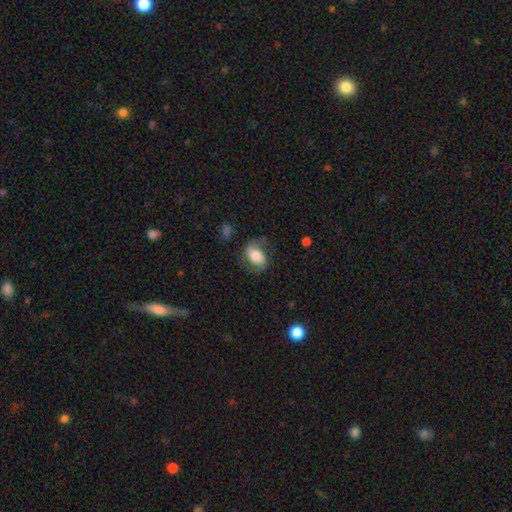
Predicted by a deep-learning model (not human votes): smooth_or_featured: featured or disk (p=0.52) [alt: smooth p=0.41]
disk_edge_on: no (p=0.96) [alt: yes p=0.04]
merging: none (p=0.66) [alt: minor disturbance p=0.20]